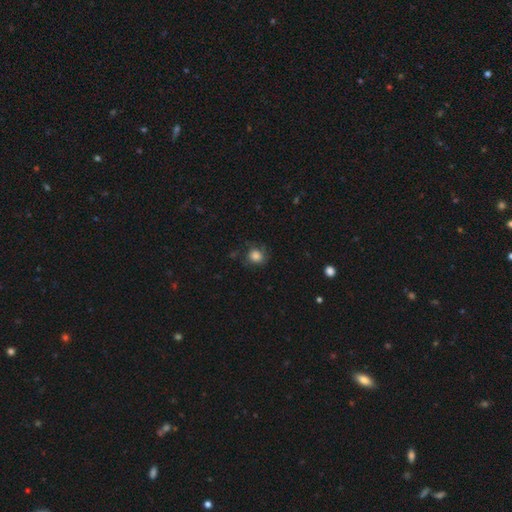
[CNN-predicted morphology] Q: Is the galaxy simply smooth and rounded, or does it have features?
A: smooth — 79%.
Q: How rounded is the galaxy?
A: round — 82%.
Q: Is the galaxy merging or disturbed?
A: none — 68%.